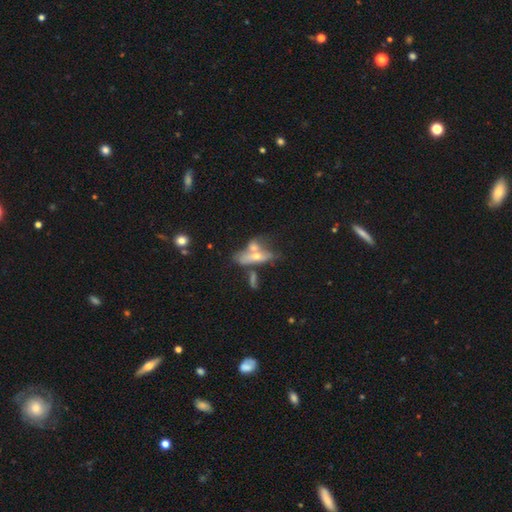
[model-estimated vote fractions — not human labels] smooth-or-featured: smooth: 46% | featured or disk: 45% | star or artifact: 9%
  merging: merger: 56% | none: 24% | minor disturbance: 11% | major disturbance: 9%